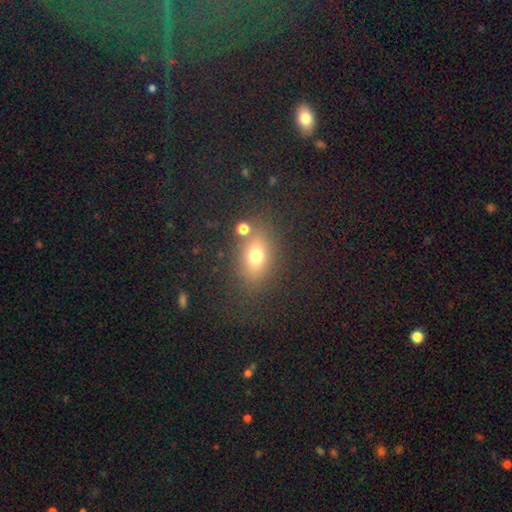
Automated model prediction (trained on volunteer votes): A smooth galaxy with no disk features (71%) that is in between round and cigar-shaped (70%). Merging: none (74%).